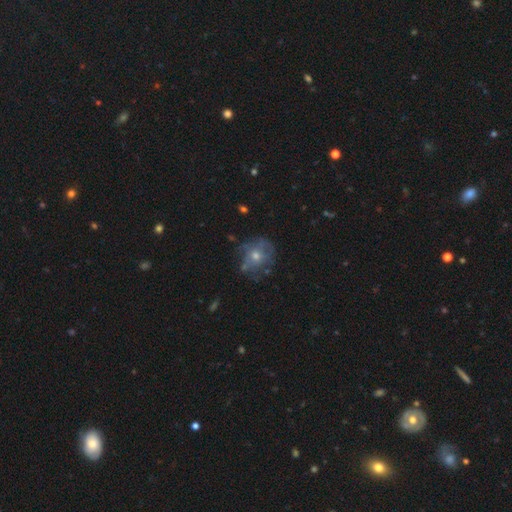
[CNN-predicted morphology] Q: Smooth or featured?
A: featured or disk (50%); runner-up: smooth (36%)
Q: Edge-on disk?
A: no (96%); runner-up: yes (4%)
Q: Merging?
A: none (61%); runner-up: minor disturbance (23%)